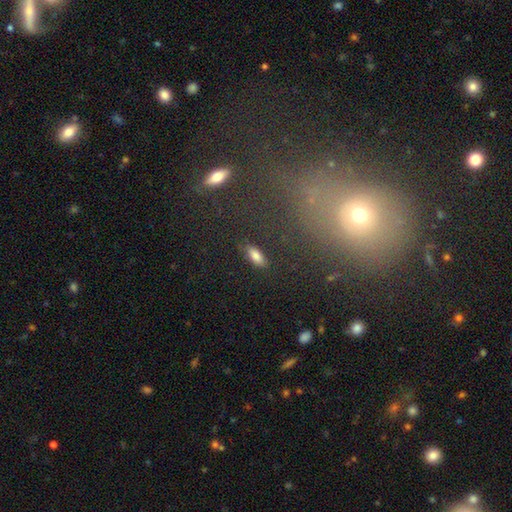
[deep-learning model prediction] Smooth or featured?
  - smooth: 82% *
  - star or artifact: 10%
  - featured or disk: 9%
How rounded?
  - in between: 79% *
  - cigar-shaped: 18%
  - round: 3%
Merging?
  - none: 85% *
  - minor disturbance: 11%
  - major disturbance: 3%
  - merger: 2%